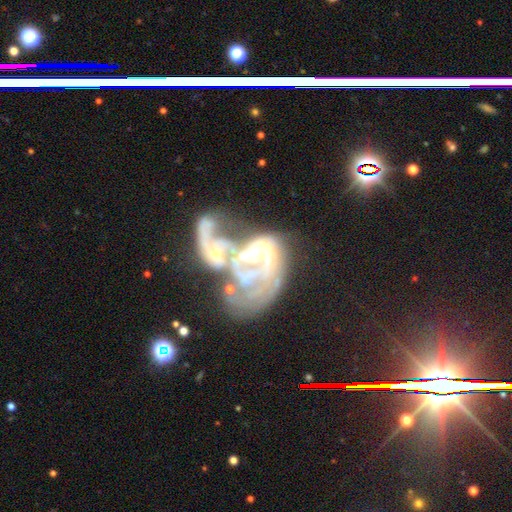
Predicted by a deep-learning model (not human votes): Overall: featured or disk (78%). Edge-on disk: no (97%). Bar: no (68%). Spiral arms: yes (61%; no 39%). Bulge size: moderate (48%; none 18%). Merging: merger (61%; major disturbance 26%).